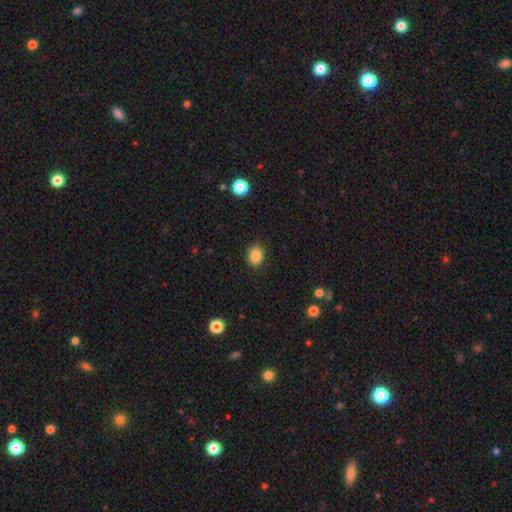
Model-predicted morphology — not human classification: A smooth galaxy with no disk features (85%) that is round (61%). Merging: none (89%).